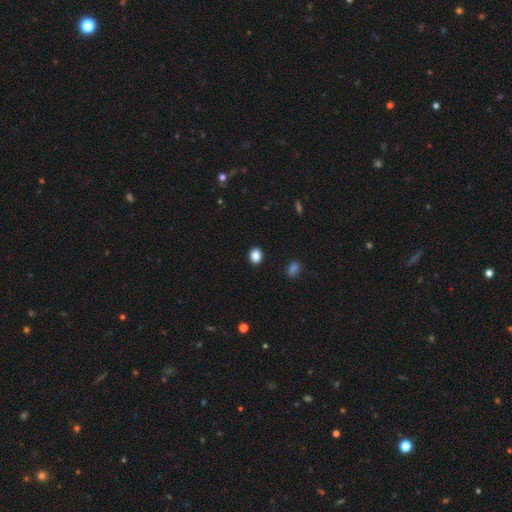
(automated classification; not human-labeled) This is clearly a smooth galaxy (87%). How rounded: possibly in between (52%). Merging: clearly none (91%).